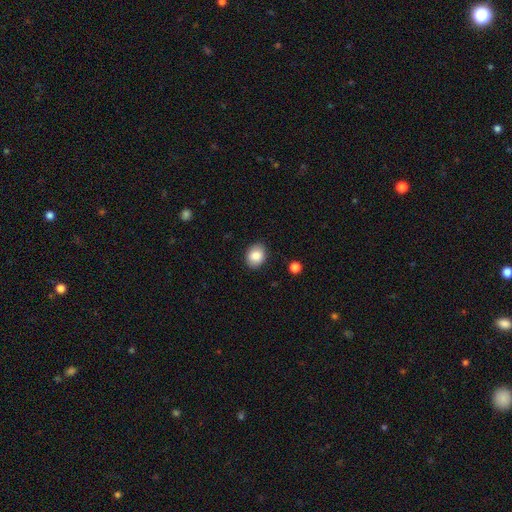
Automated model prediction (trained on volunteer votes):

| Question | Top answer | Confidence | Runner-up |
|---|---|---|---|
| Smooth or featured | smooth | 85% | star or artifact (8%) |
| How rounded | in between | 55% | round (44%) |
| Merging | none | 87% | minor disturbance (9%) |